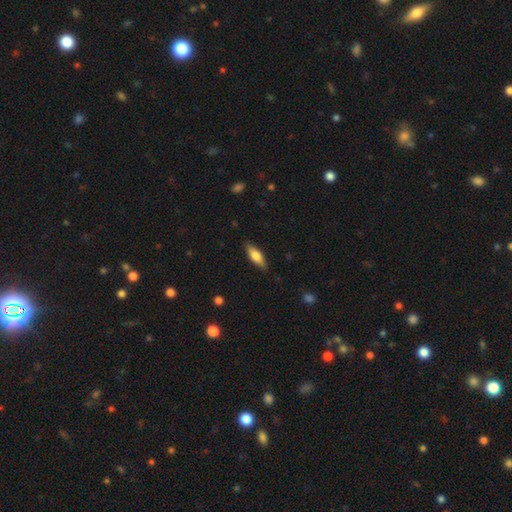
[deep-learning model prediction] A smooth galaxy with no disk features (68%) that is in between round and cigar-shaped (60%).

Vote fractions:
- Smooth or featured? smooth: 68% / featured or disk: 25% / star or artifact: 6%
- How rounded? in between: 60% / cigar-shaped: 38% / round: 2%
- Merging? none: 85% / minor disturbance: 11% / major disturbance: 2% / merger: 1%